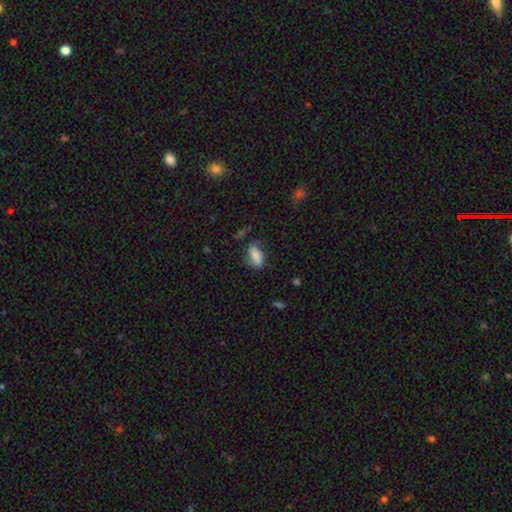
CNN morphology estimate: smooth 73%, featured or disk 19%, star or artifact 8%. Down the decision tree: how rounded — in between (86%); merging — none (56%).